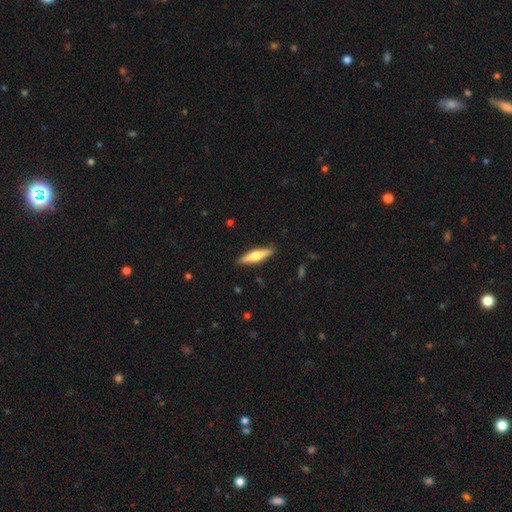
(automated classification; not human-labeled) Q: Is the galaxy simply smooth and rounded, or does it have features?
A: smooth — 48%.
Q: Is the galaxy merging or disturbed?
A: none — 89%.